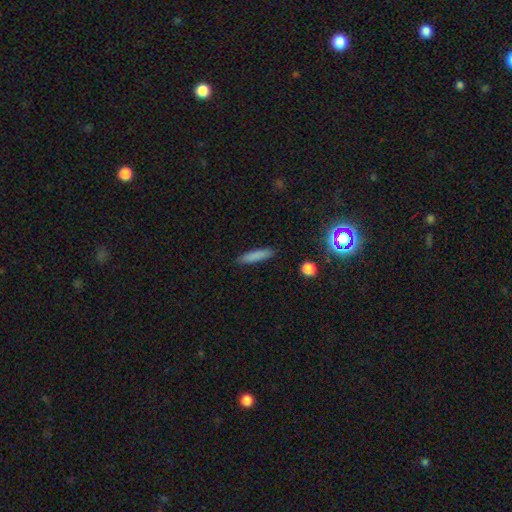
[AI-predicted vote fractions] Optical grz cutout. It shows a smooth galaxy with no disk features (82%) that is cigar-shaped (84%). Merging: none (88%).